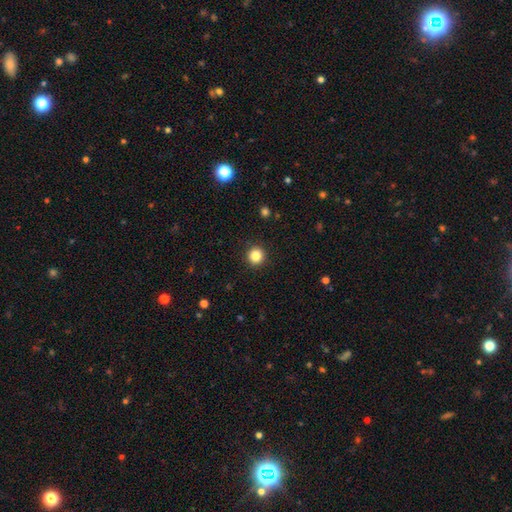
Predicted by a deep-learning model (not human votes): This appears to be a smooth galaxy with no disk features (85%) that is round (94%). Merging: none (92%).